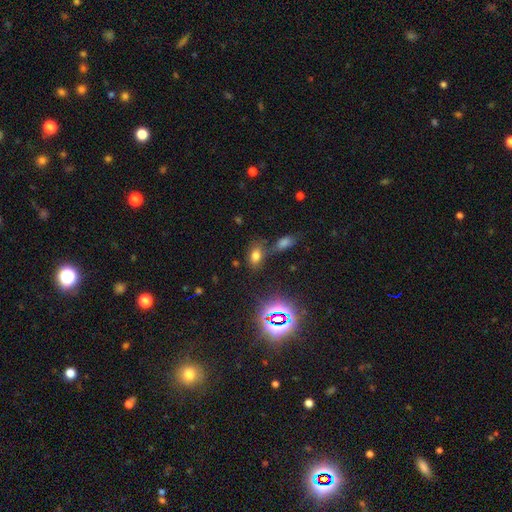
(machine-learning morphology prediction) Overall: smooth (66%). How rounded: in between (86%). Merging: none (67%).